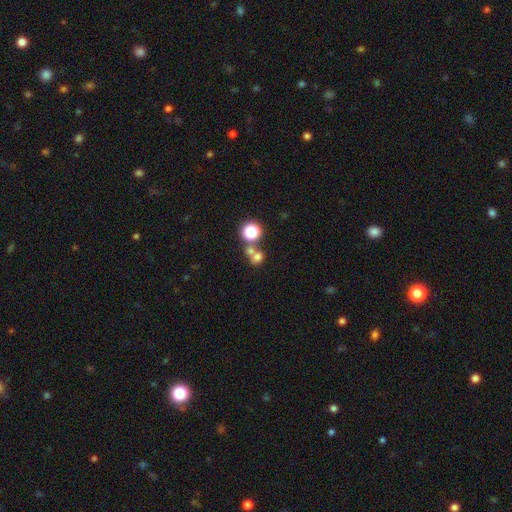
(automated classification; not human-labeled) Morphology: type=smooth (66%); roundness=round (77%); merging=merger (45%).